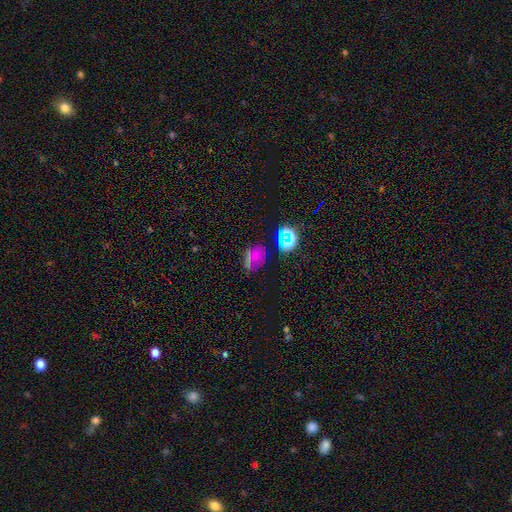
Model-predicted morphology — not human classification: smooth-or-featured: smooth: 52% | star or artifact: 35% | featured or disk: 13%
  how-rounded: in between: 51% | round: 48% | cigar-shaped: 2%
  merging: none: 68% | minor disturbance: 17% | major disturbance: 8% | merger: 6%